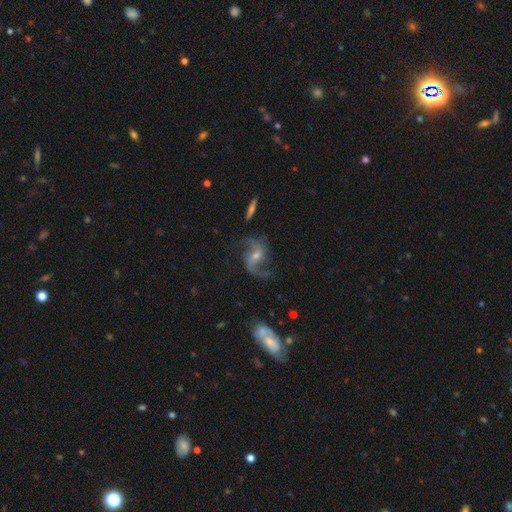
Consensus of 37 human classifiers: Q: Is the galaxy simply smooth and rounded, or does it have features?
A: featured or disk — 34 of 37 (92%).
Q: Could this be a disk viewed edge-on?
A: no — 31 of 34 (91%).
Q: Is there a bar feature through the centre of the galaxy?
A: weak — 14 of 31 (45%).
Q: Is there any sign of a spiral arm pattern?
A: yes — 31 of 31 (100%).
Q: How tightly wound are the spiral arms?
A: loose — 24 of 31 (77%).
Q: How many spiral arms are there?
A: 2 — 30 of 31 (97%).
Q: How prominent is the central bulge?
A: small — 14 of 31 (45%).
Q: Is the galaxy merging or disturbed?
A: none — 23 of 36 (64%).